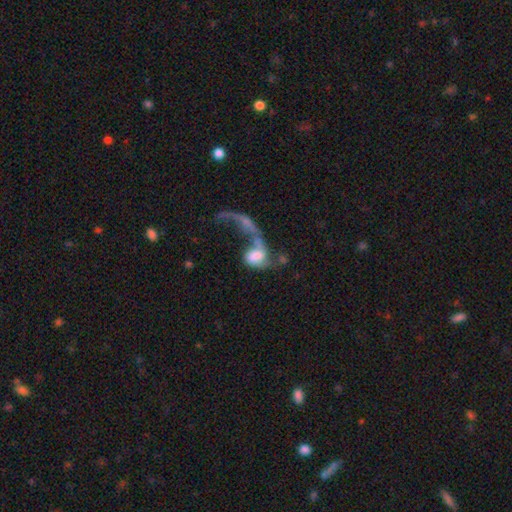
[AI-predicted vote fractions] This is possibly a featured or disk galaxy (46%). Merging: possibly merger (53%).